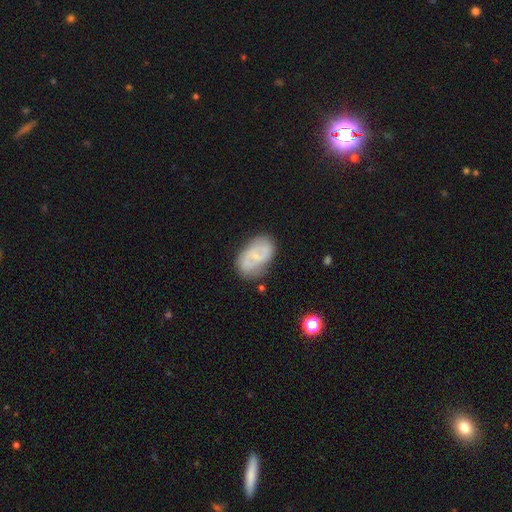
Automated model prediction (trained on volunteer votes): A featured or disk galaxy (57%) with a weak bar (43%, tied with no), spiral arms (68%) and a small central bulge (61%).

Vote fractions:
- Smooth or featured? featured or disk: 57% / smooth: 36% / star or artifact: 8%
- Edge-on disk? no: 96% / yes: 4%
- Bar? weak: 43% (tied) / no: 43% (tied) / strong: 14%
- Spiral arms? yes: 68% / no: 32%
- Bulge size? small: 61% / none: 19% / moderate: 18% / large: 1% / dominant: 1%
- Merging? none: 69% / minor disturbance: 21% / major disturbance: 7% / merger: 4%